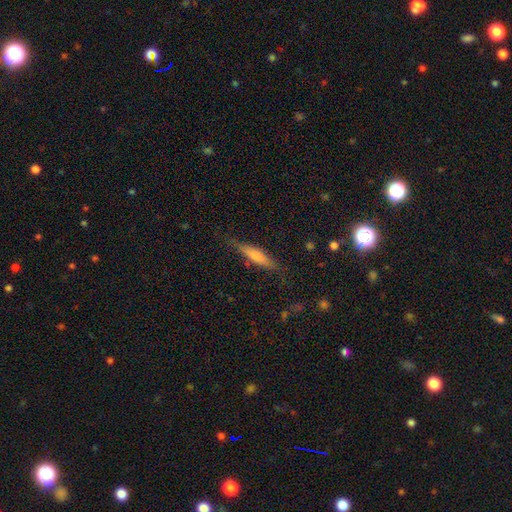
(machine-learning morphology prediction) Q: Smooth or featured?
A: smooth (50%); runner-up: featured or disk (43%)
Q: How rounded?
A: cigar-shaped (81%); runner-up: in between (17%)
Q: Merging?
A: none (82%); runner-up: minor disturbance (14%)